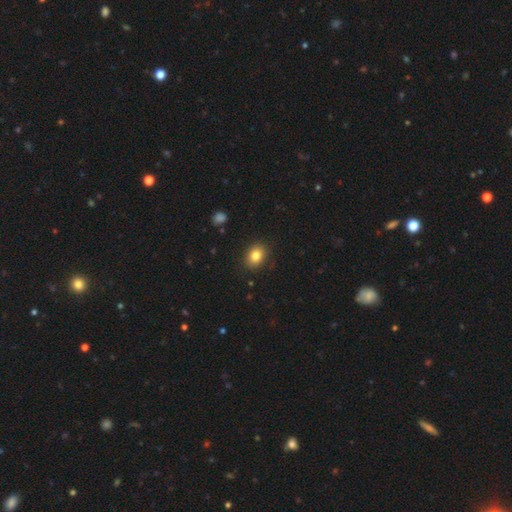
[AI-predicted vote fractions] Smooth or featured? smooth (83%)
How rounded? in between (55%)
Merging? none (88%)